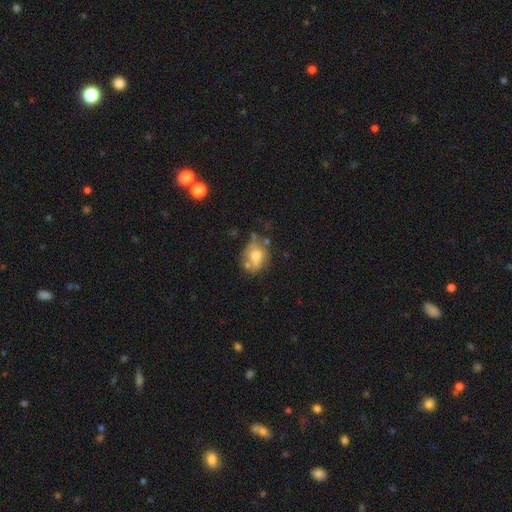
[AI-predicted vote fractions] Smooth or featured? Predicted: smooth (p=0.54). How rounded? Predicted: in between (p=0.53). Merging? Predicted: none (p=0.42).